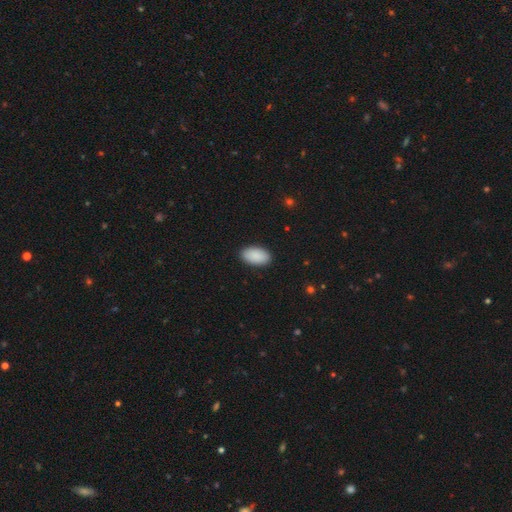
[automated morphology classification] This is clearly a smooth galaxy (91%). How rounded: clearly in between (95%). Merging: clearly none (90%).